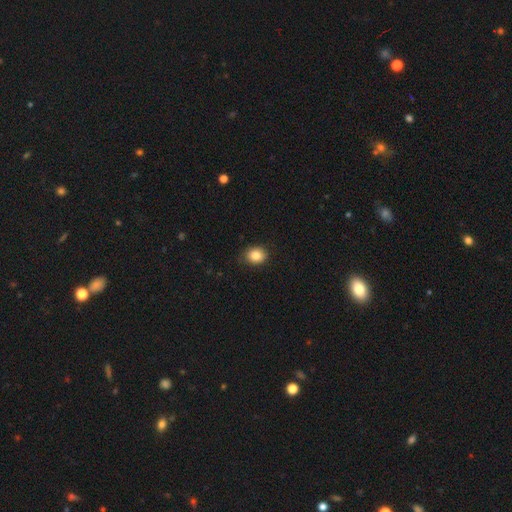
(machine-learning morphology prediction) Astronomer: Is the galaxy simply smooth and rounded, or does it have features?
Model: smooth — 85%.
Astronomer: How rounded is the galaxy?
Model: round — 61% (runner-up: in between, 38%).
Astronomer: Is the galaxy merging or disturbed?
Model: none — 83%.